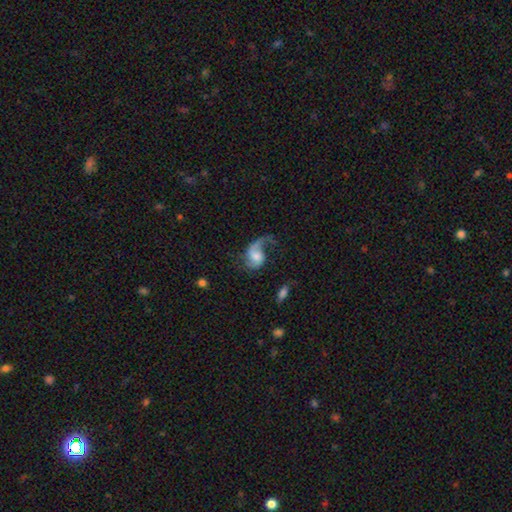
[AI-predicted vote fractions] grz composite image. It shows a featured or disk galaxy (70%) with no bar (57%), 1 (50%) loose (70%) spiral arms (91%) and a moderate central bulge (37%). Merging: major disturbance (42%).